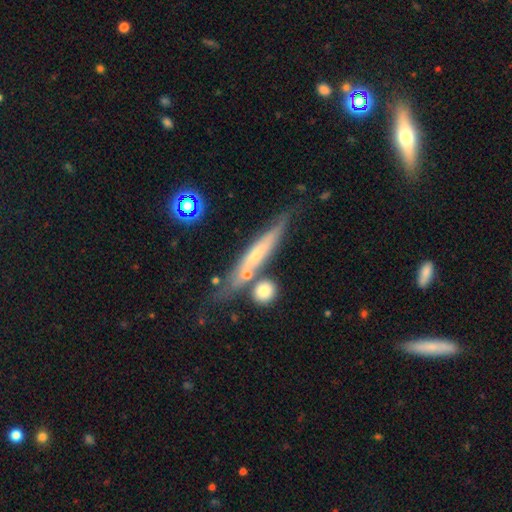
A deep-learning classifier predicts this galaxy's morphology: This is possibly a featured or disk galaxy (52%). It is clearly viewed edge-on (84%). Merging: likely none (65%).